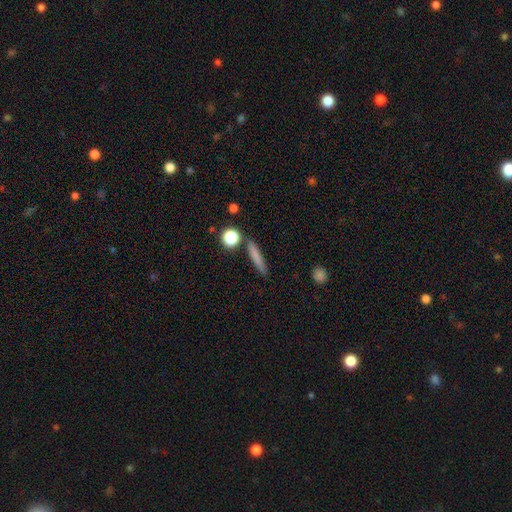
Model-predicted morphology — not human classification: smooth_or_featured: smooth (p=0.75) [alt: featured or disk p=0.17]
how_rounded: cigar-shaped (p=0.86) [alt: in between p=0.09]
merging: none (p=0.82) [alt: minor disturbance p=0.10]